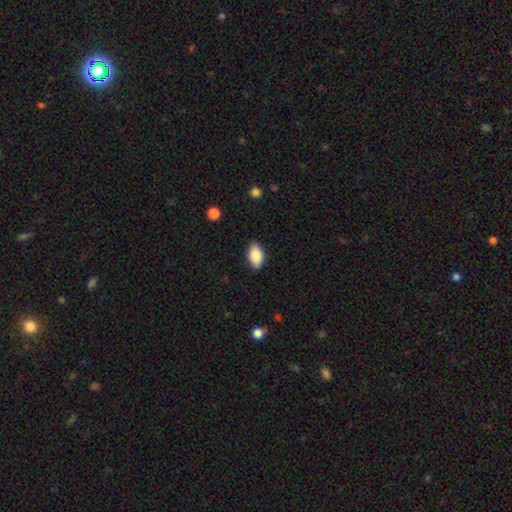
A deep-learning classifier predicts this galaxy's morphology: Overall: smooth (87%). How rounded: in between (93%). Merging: none (85%).